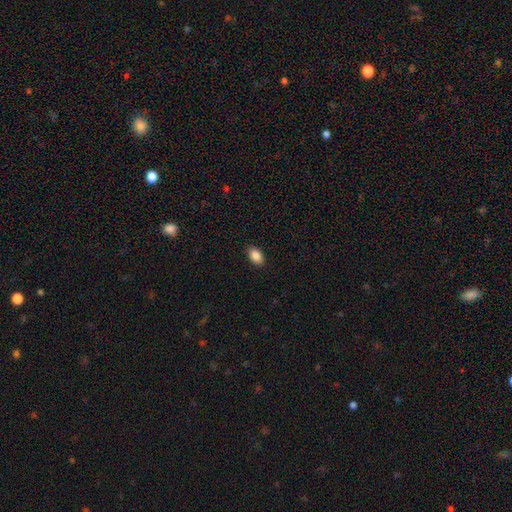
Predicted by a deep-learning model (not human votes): Overall: smooth (88%). How rounded: in between (91%). Merging: none (90%).